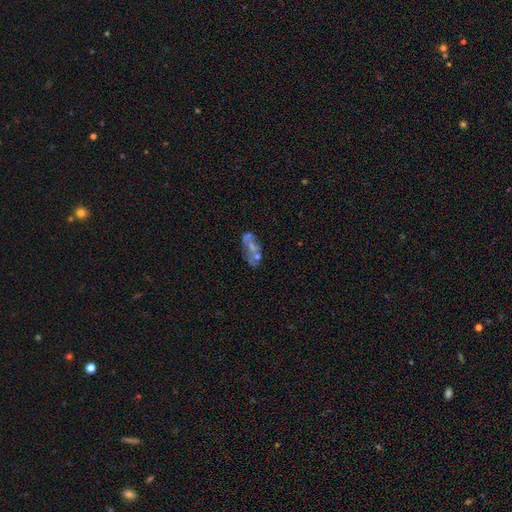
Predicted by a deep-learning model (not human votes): A featured or disk galaxy (57%) with no bar (84%), no spiral arms (83%) and no central bulge (46%).

Vote fractions:
- Smooth or featured? featured or disk: 57% / smooth: 27% / star or artifact: 16%
- Edge-on disk? no: 93% / yes: 7%
- Bar? no: 84% / weak: 12% / strong: 5%
- Spiral arms? no: 83% / yes: 17%
- Bulge size? none: 46% / small: 27% / moderate: 22% / large: 3% / dominant: 2%
- Merging? none: 43% / merger: 24% / minor disturbance: 17% / major disturbance: 16%